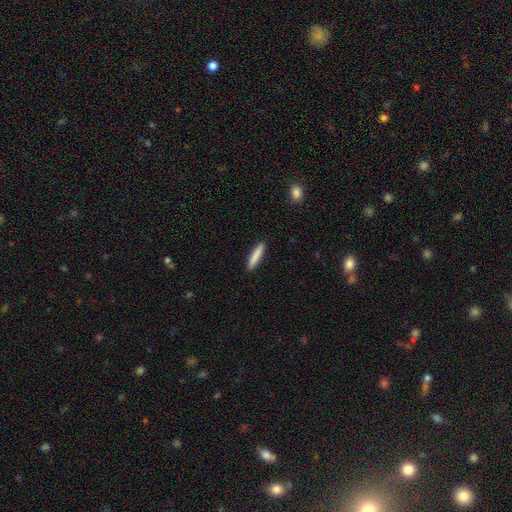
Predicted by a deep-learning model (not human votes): Overall: smooth (84%). How rounded: cigar-shaped (90%). Merging: none (91%).